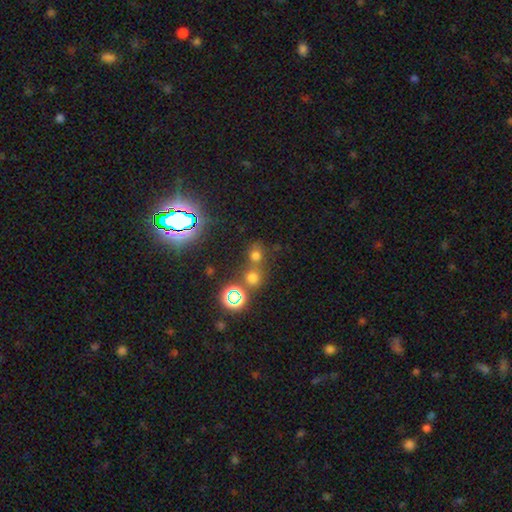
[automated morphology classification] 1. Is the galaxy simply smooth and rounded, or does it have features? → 59% smooth, 32% star or artifact, 8% featured or disk.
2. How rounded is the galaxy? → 81% round, 17% in between, 1% cigar-shaped.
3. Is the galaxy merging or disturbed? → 54% none, 34% merger, 8% minor disturbance, 4% major disturbance.